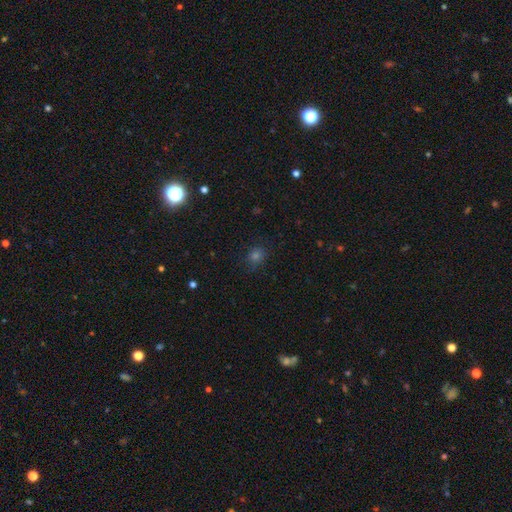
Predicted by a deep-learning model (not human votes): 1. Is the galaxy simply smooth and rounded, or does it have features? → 62% smooth, 31% star or artifact, 7% featured or disk.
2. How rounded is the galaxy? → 84% round, 15% in between, 1% cigar-shaped.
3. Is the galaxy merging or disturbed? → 86% none, 10% minor disturbance, 3% major disturbance, 1% merger.